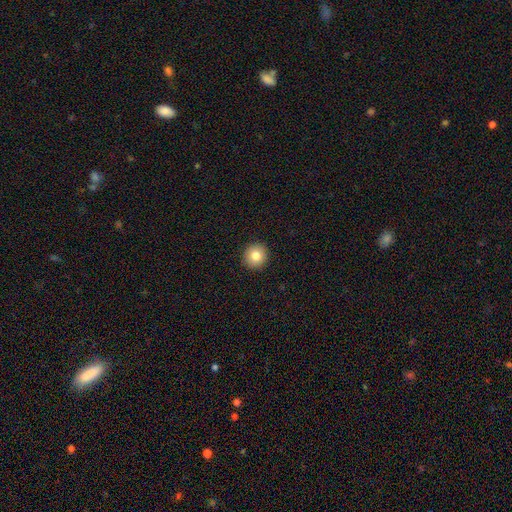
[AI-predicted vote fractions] This is clearly a smooth galaxy (82%). How rounded: clearly round (94%). Merging: clearly none (93%).